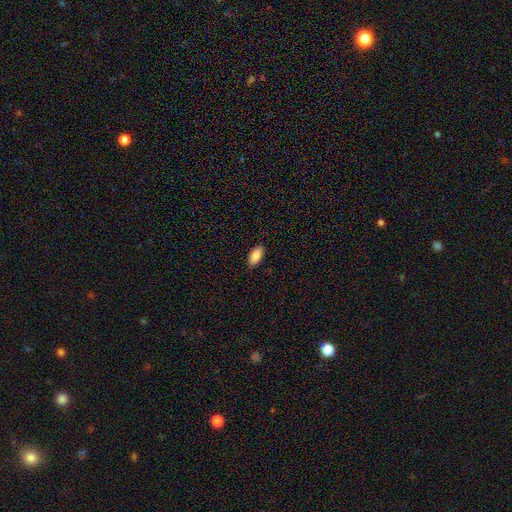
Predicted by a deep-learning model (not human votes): smooth_or_featured: smooth (p=0.86) [alt: featured or disk p=0.07]
how_rounded: in between (p=0.90) [alt: cigar-shaped p=0.08]
merging: none (p=0.88) [alt: minor disturbance p=0.09]